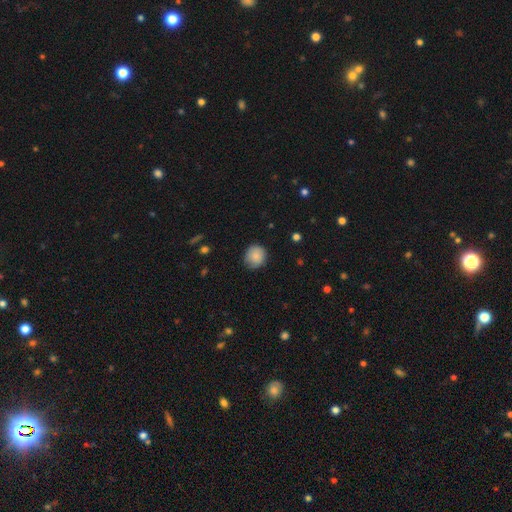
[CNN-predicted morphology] The model was most divided on "merging": none: 80%, minor disturbance: 16%, major disturbance: 3%, merger: 1%. More confident: how rounded — round (87%); smooth or featured — smooth (85%).